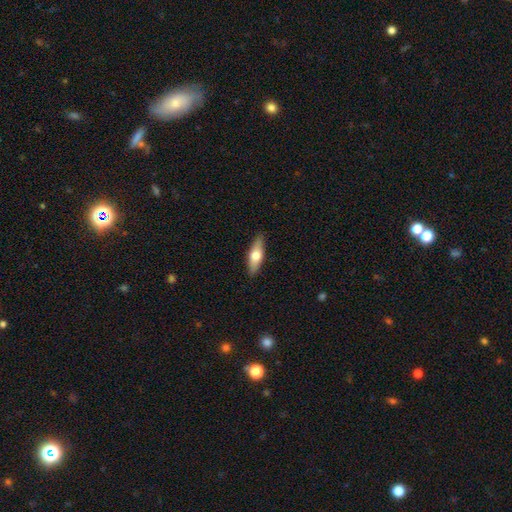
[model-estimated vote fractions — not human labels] smooth 56%, featured or disk 38%, star or artifact 6%. Down the decision tree: how rounded — in between (56%); merging — none (89%).